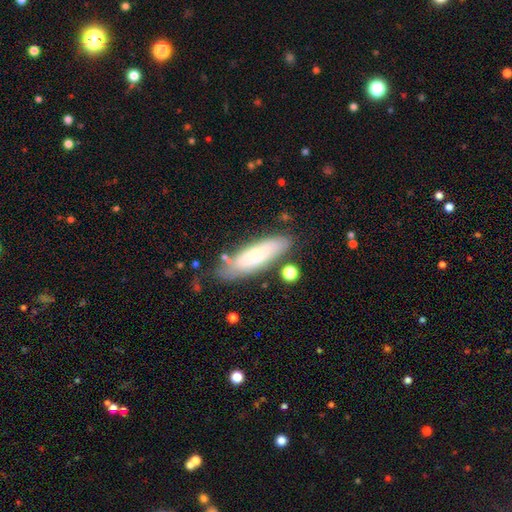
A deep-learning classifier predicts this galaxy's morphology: Smooth or featured? smooth (69%)
How rounded? cigar-shaped (52%)
Merging? none (70%)